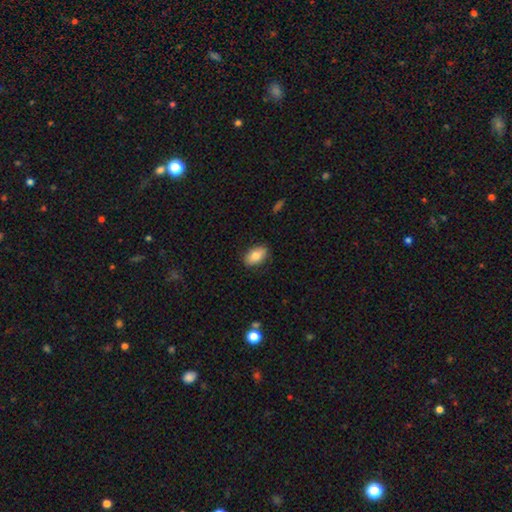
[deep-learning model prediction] A smooth galaxy with no disk features (80%) that is in between round and cigar-shaped (90%). Merging: none (86%).